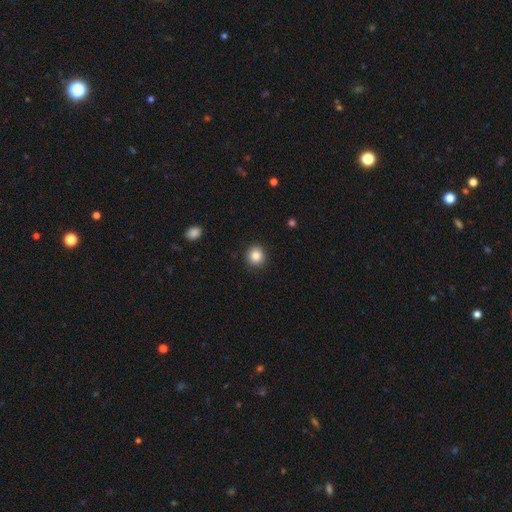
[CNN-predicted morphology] Overall: smooth (86%). How rounded: round (90%). Merging: none (90%).